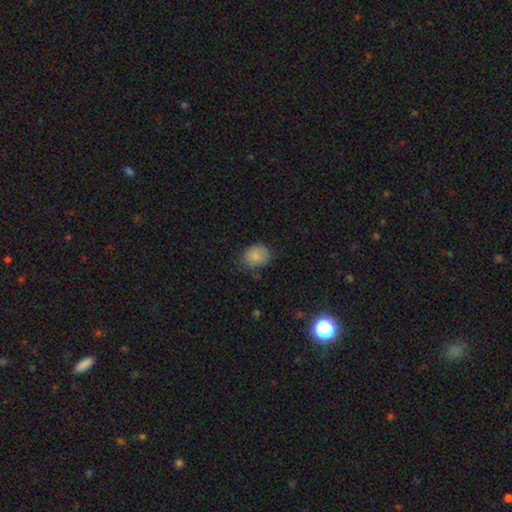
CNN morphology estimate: Smooth or featured: smooth — 82% (star or artifact — 9%)
How rounded: round — 54% (in between — 45%)
Merging: none — 65% (minor disturbance — 27%)